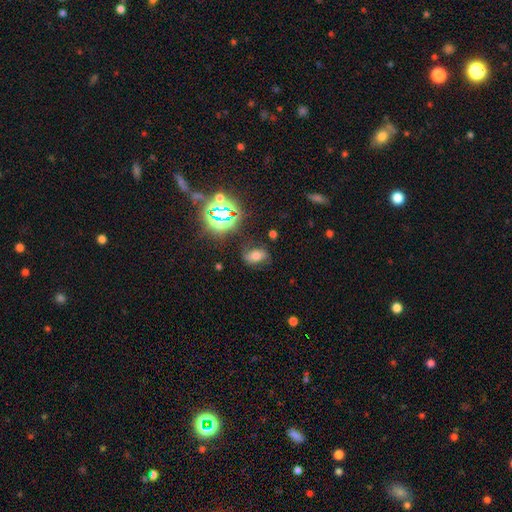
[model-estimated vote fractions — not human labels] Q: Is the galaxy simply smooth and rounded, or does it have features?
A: smooth — 51%.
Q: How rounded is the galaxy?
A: in between — 82%.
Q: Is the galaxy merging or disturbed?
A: none — 70%.